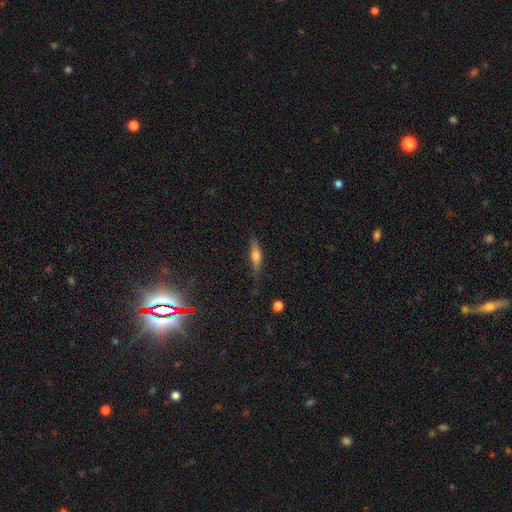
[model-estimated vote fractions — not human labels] smooth_or_featured: smooth (p=0.54) [alt: featured or disk p=0.38]
how_rounded: cigar-shaped (p=0.68) [alt: in between p=0.30]
merging: none (p=0.76) [alt: minor disturbance p=0.18]